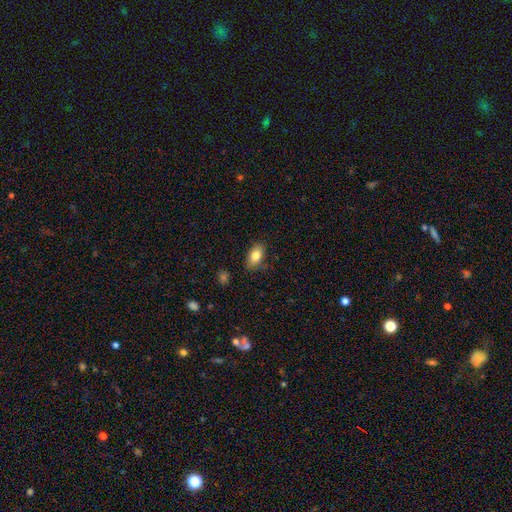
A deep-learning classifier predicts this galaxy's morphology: type=smooth (83%); roundness=in between (89%); merging=none (80%).